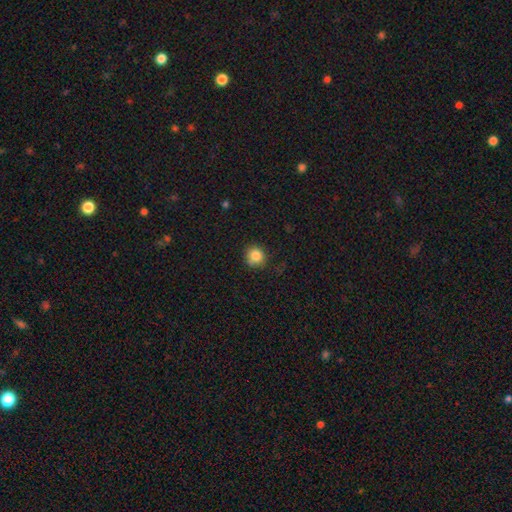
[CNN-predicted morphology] Smooth or featured: smooth — 85% (star or artifact — 10%)
How rounded: round — 87% (in between — 12%)
Merging: none — 78% (minor disturbance — 17%)